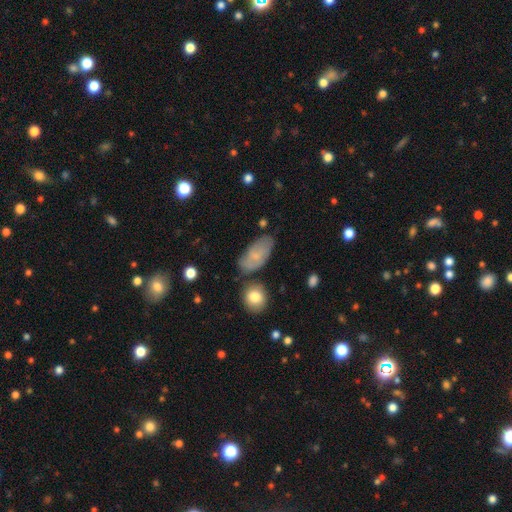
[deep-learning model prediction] smooth_or_featured: smooth (p=0.62) [alt: featured or disk p=0.30]
how_rounded: in between (p=0.90) [alt: cigar-shaped p=0.05]
merging: none (p=0.62) [alt: minor disturbance p=0.25]